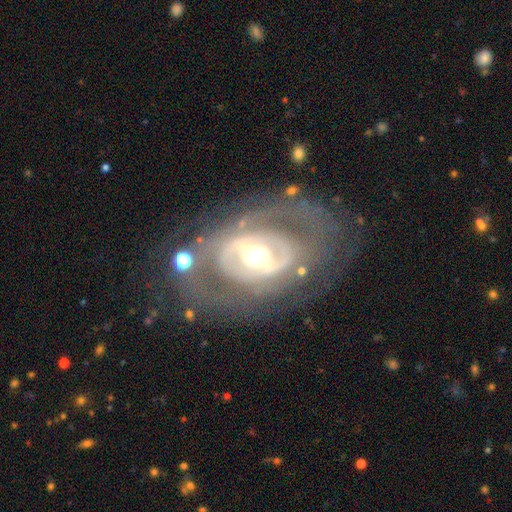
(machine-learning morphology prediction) featured or disk 79%, smooth 15%, star or artifact 6%. Down the decision tree: edge-on disk — no (94%); bar — strong (36%); spiral arms — yes (50%, tied with no); bulge size — moderate (66%); merging — none (66%).